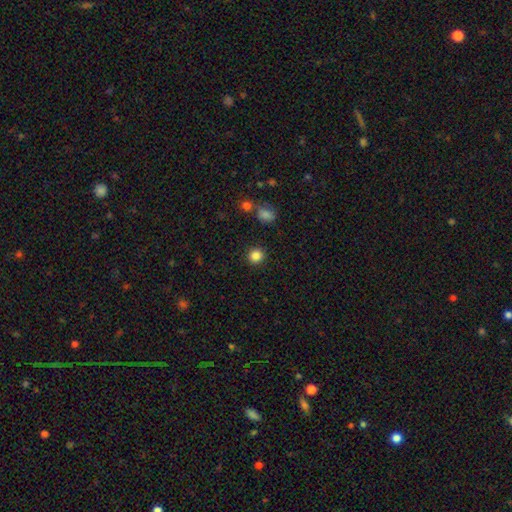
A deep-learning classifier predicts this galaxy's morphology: The model was most divided on "smooth or featured": smooth: 85%, star or artifact: 11%, featured or disk: 4%. More confident: merging — none (90%); how rounded — round (88%).